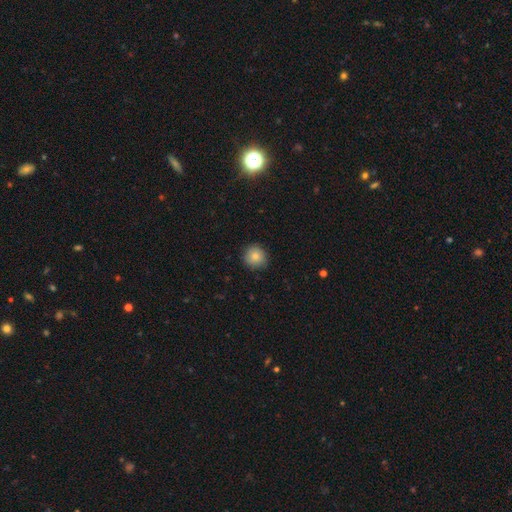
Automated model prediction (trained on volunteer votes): This appears to be a smooth galaxy with no disk features (82%) that is round (93%). Merging: none (86%).